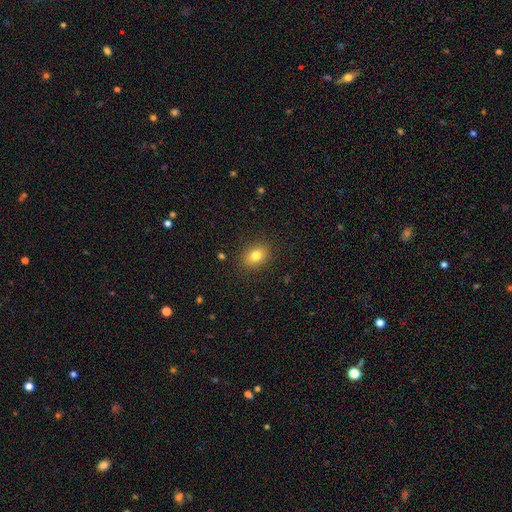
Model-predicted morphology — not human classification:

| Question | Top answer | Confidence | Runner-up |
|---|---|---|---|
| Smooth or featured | smooth | 79% | star or artifact (11%) |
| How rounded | in between | 68% | round (31%) |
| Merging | none | 88% | minor disturbance (9%) |